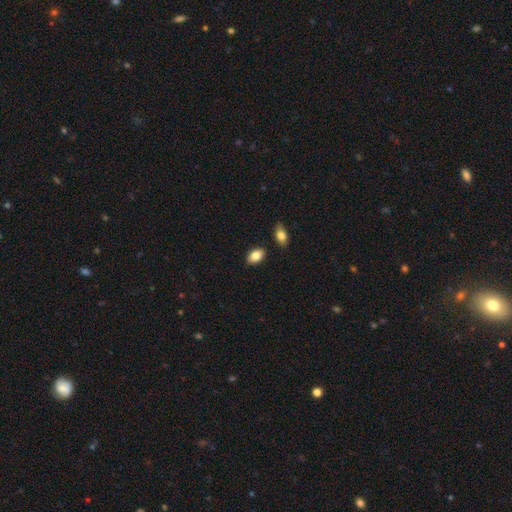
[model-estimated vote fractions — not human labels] smooth-or-featured: smooth: 85% | featured or disk: 8% | star or artifact: 7%
  how-rounded: in between: 89% | round: 10% | cigar-shaped: 2%
  merging: none: 86% | minor disturbance: 9% | merger: 4% | major disturbance: 2%